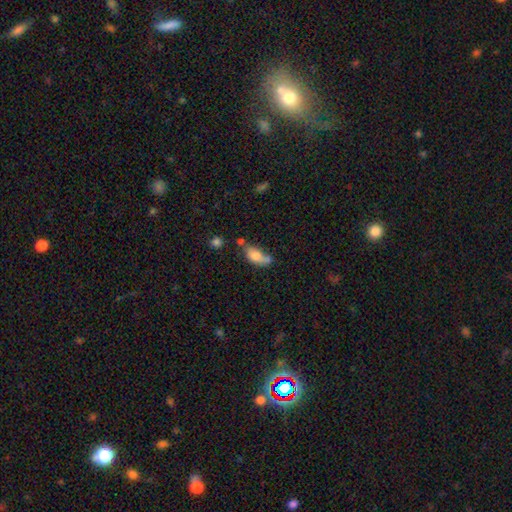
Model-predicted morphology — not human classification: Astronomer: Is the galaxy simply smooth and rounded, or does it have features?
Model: smooth — 73%.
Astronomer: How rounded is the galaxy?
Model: in between — 84%.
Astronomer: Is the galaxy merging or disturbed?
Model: none — 33% (runner-up: merger, 30%).